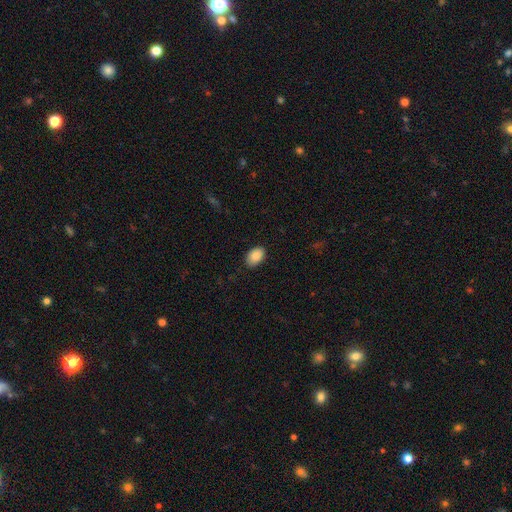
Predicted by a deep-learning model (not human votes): Smooth or featured?
  - smooth: 88% *
  - star or artifact: 7%
  - featured or disk: 5%
How rounded?
  - in between: 88% *
  - round: 11%
  - cigar-shaped: 1%
Merging?
  - none: 87% *
  - minor disturbance: 10%
  - major disturbance: 2%
  - merger: 1%